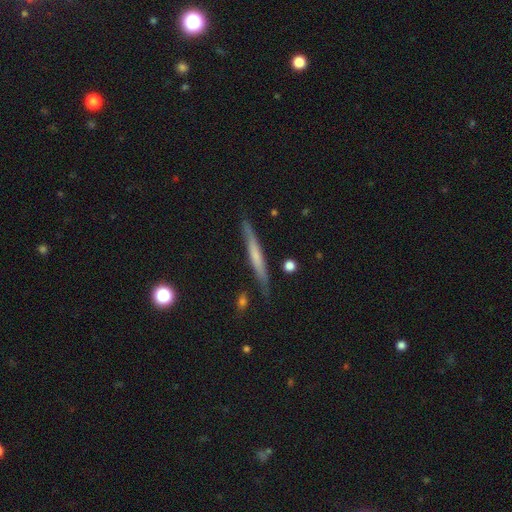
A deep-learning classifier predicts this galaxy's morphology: type=featured or disk (50%); merging=none (83%).